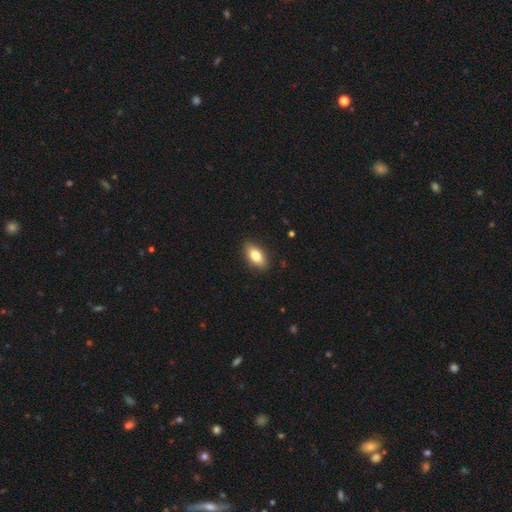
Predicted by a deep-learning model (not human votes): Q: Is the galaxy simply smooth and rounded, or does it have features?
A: smooth — 77%.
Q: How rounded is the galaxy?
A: in between — 86%.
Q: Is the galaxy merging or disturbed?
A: none — 87%.